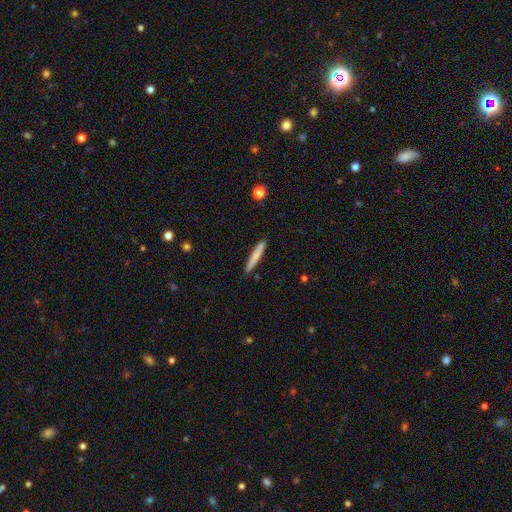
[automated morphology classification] A smooth galaxy with no disk features (74%) that is cigar-shaped (95%).

Vote fractions:
- Smooth or featured? smooth: 74% / featured or disk: 20% / star or artifact: 6%
- How rounded? cigar-shaped: 95% / in between: 4% / round: 1%
- Merging? none: 90% / minor disturbance: 8% / merger: 1% / major disturbance: 1%